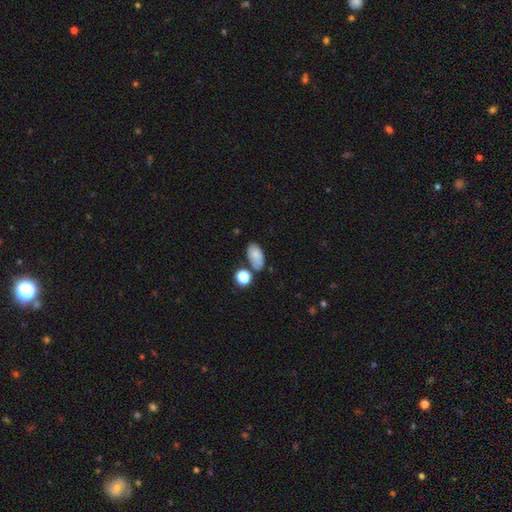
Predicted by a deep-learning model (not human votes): Morphology: type=smooth (77%); roundness=in between (90%); merging=none (59%).